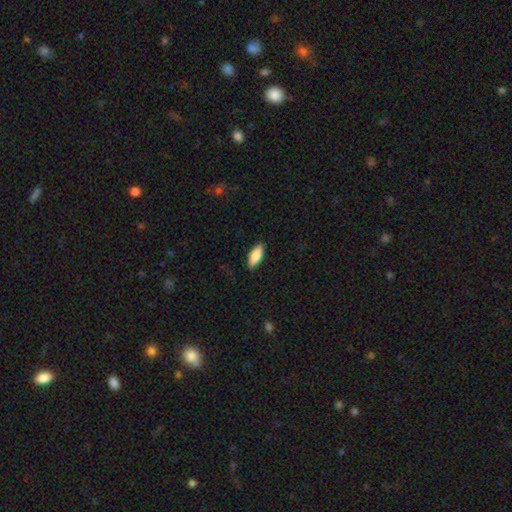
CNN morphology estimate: type=smooth (83%); roundness=in between (82%); merging=none (87%).